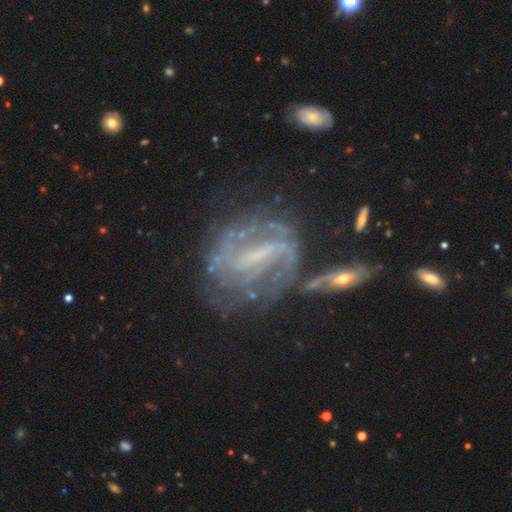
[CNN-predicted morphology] Q: Smooth or featured?
A: featured or disk (82%); runner-up: star or artifact (10%)
Q: Edge-on disk?
A: no (95%); runner-up: yes (5%)
Q: Bar?
A: strong (49%); runner-up: weak (36%)
Q: Spiral arms?
A: yes (83%); runner-up: no (17%)
Q: Spiral winding?
A: medium (41%); runner-up: tight (38%)
Q: Spiral arm count?
A: 2 (39%); runner-up: can't tell (34%)
Q: Bulge size?
A: none (44%); runner-up: small (38%)
Q: Merging?
A: none (52%); runner-up: major disturbance (20%)